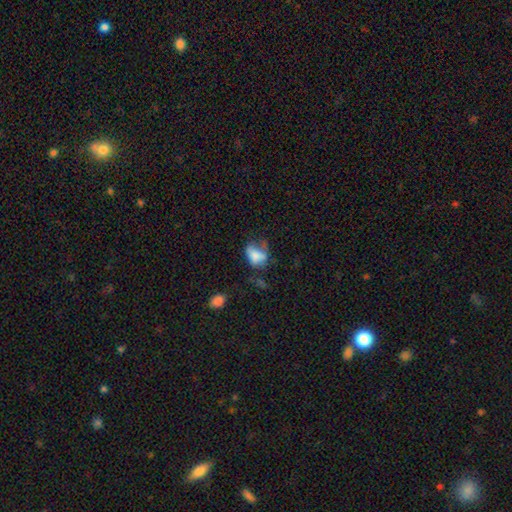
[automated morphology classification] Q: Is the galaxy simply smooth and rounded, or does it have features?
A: smooth — 70%.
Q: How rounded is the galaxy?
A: in between — 75%.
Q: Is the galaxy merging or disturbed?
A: major disturbance — 32%.